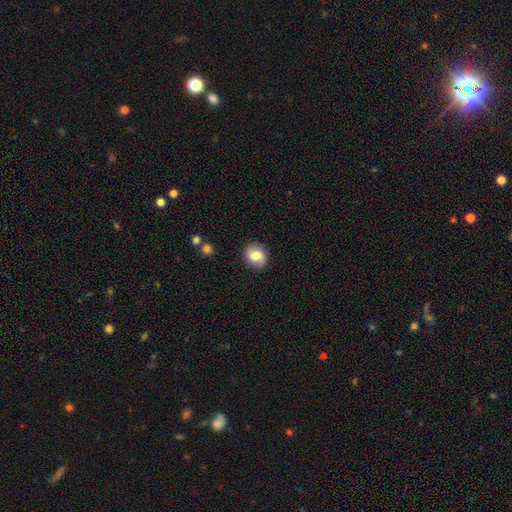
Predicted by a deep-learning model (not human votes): smooth 73%, featured or disk 19%, star or artifact 8%. Down the decision tree: how rounded — round (66%); merging — none (86%).